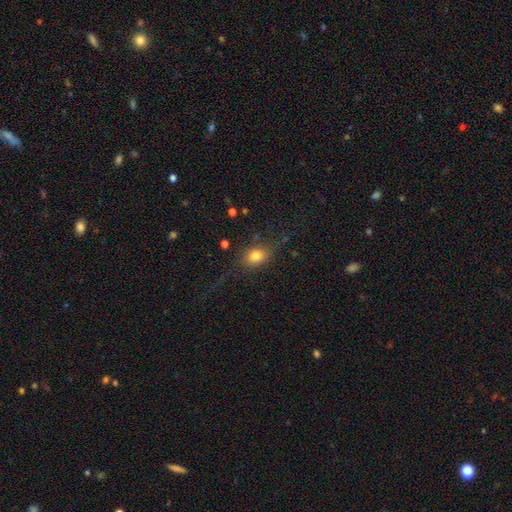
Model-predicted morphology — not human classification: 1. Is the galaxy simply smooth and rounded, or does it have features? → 77% smooth, 12% featured or disk, 11% star or artifact.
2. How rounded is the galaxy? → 62% in between, 35% round, 3% cigar-shaped.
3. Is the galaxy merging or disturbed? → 66% none, 18% minor disturbance, 13% major disturbance, 3% merger.